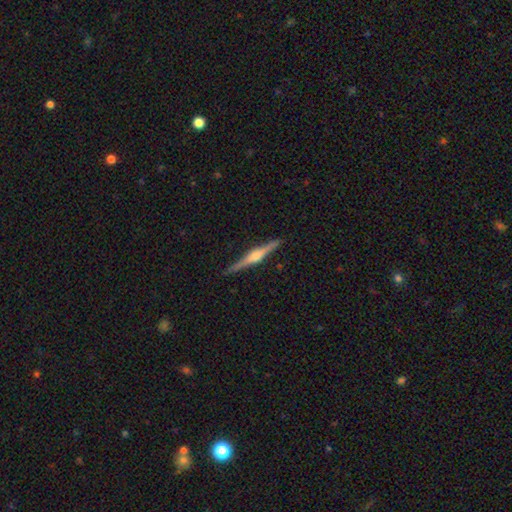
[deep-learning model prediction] Q: Smooth or featured?
A: featured or disk (83%); runner-up: smooth (12%)
Q: Edge-on disk?
A: yes (99%); runner-up: no (1%)
Q: Edge-on bulge?
A: rounded (88%); runner-up: boxy (9%)
Q: Merging?
A: none (91%); runner-up: minor disturbance (6%)